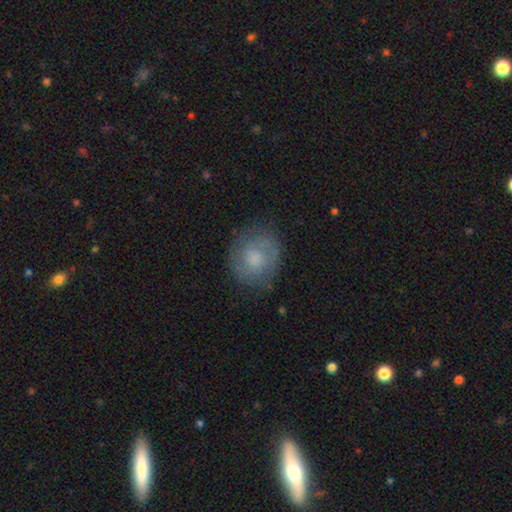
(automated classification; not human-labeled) featured or disk 60%, smooth 31%, star or artifact 9%. Down the decision tree: edge-on disk — no (97%); bar — no (69%); spiral arms — yes (87%); spiral arm count — 2 (71%); spiral winding — tight (52%); bulge size — moderate (43%); merging — none (78%).